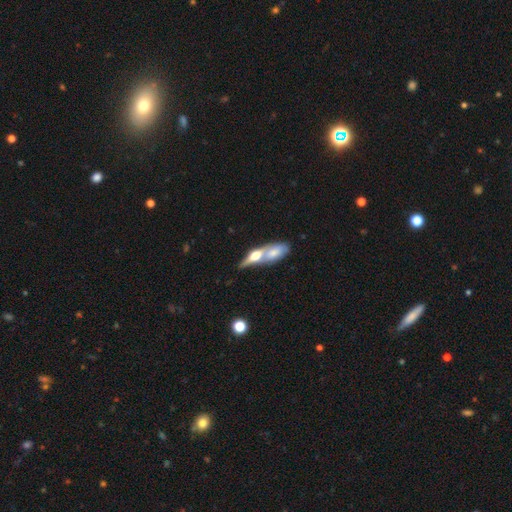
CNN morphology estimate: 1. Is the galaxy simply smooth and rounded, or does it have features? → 51% featured or disk, 43% smooth, 6% star or artifact.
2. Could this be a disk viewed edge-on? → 75% yes, 25% no.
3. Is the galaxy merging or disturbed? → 62% merger, 26% none, 8% minor disturbance, 4% major disturbance.